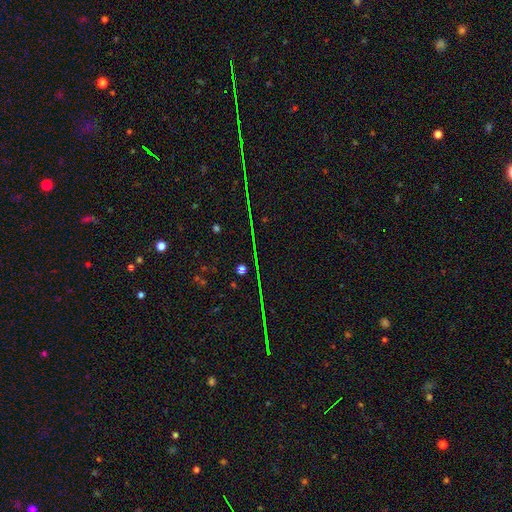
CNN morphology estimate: type=star or artifact (80%).